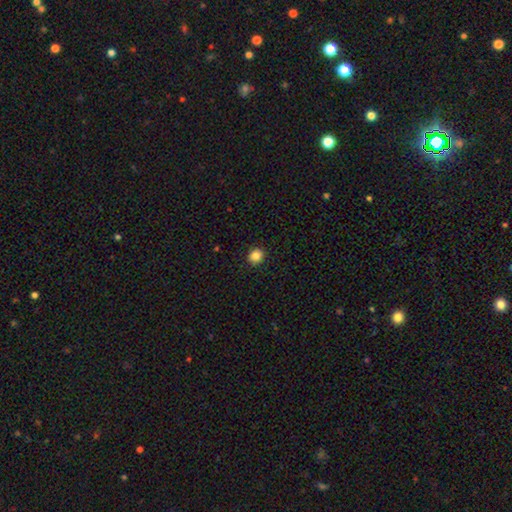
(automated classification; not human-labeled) Q: Smooth or featured?
A: smooth (85%); runner-up: star or artifact (11%)
Q: How rounded?
A: round (80%); runner-up: in between (19%)
Q: Merging?
A: none (92%); runner-up: minor disturbance (6%)